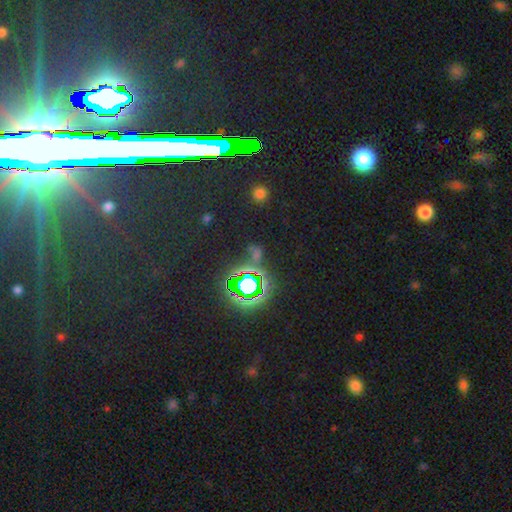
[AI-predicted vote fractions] smooth_or_featured: star or artifact (p=0.67) [alt: smooth p=0.23]